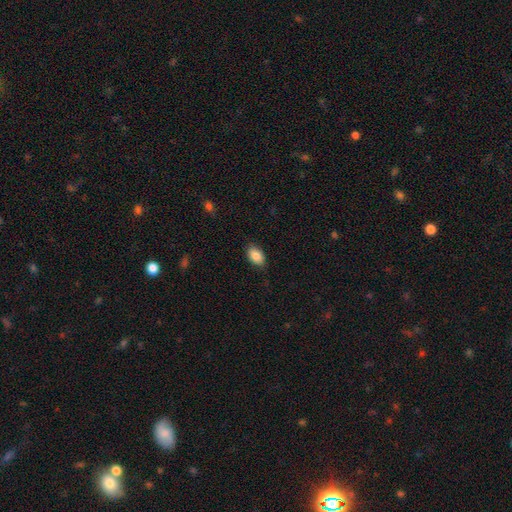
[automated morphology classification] type=smooth (88%); roundness=in between (90%); merging=none (83%).